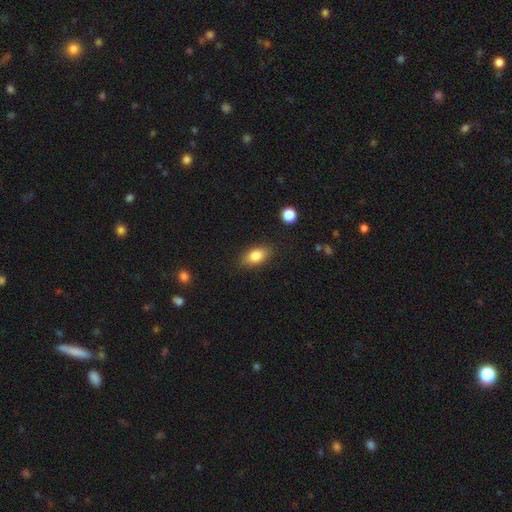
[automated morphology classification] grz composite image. It shows a smooth galaxy with no disk features (82%) that is in between round and cigar-shaped (87%). Merging: none (85%).